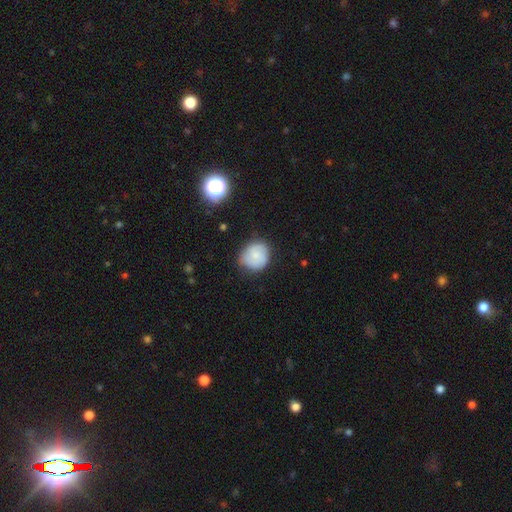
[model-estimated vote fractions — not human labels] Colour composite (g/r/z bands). It shows a smooth galaxy with no disk features (71%) that is round (79%). Merging: none (69%).